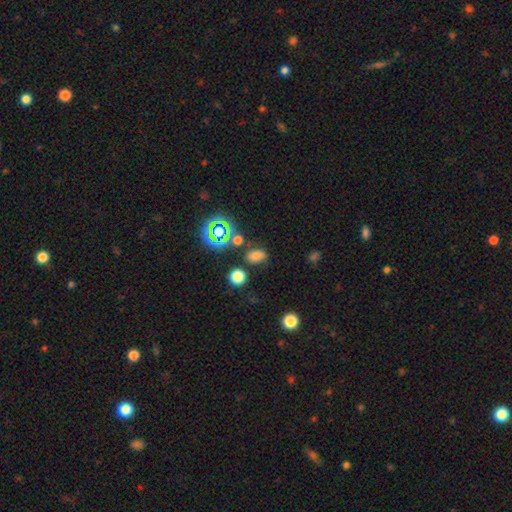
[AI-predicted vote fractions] A smooth galaxy with no disk features (65%) that is in between round and cigar-shaped (76%).

Vote fractions:
- Smooth or featured? smooth: 65% / star or artifact: 25% / featured or disk: 10%
- How rounded? in between: 76% / round: 22% / cigar-shaped: 2%
- Merging? none: 71% / minor disturbance: 16% / merger: 7% / major disturbance: 6%